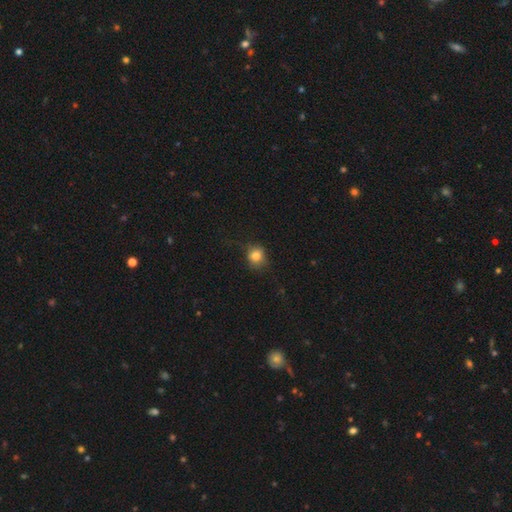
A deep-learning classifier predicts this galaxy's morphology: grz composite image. It shows a smooth galaxy with no disk features (82%) that is round (73%). Merging: none (68%).